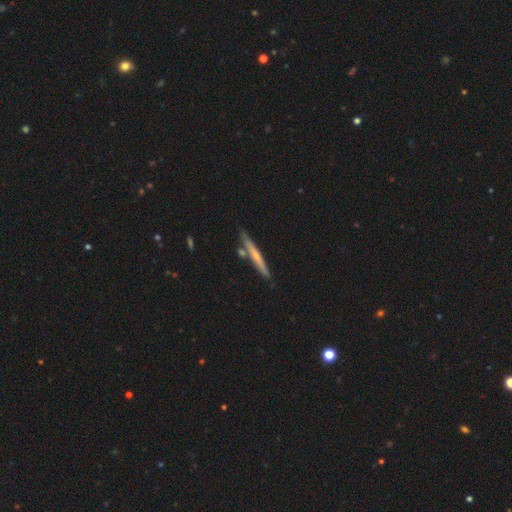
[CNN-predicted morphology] Smooth or featured? featured or disk (49%)
Merging? none (81%)